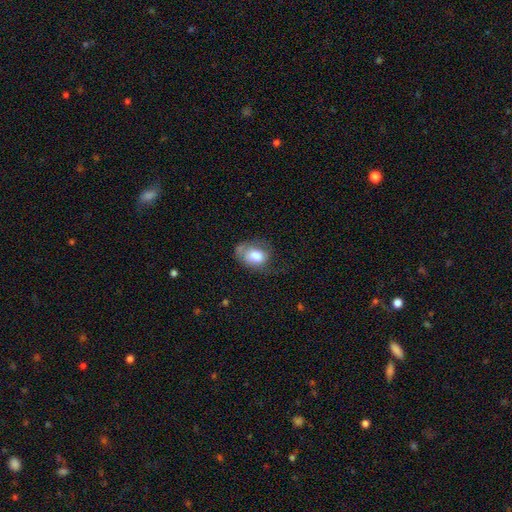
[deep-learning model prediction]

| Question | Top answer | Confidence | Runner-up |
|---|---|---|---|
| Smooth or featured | smooth | 73% | featured or disk (20%) |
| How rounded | in between | 63% | round (35%) |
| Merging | none | 38% | minor disturbance (33%) |